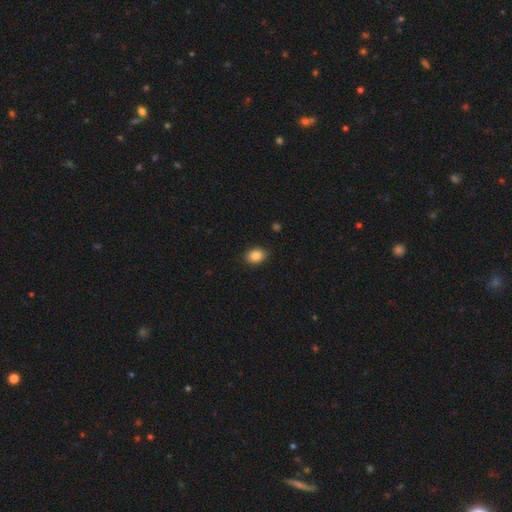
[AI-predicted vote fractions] smooth 87%, star or artifact 8%, featured or disk 5%. Down the decision tree: how rounded — in between (70%); merging — none (88%).